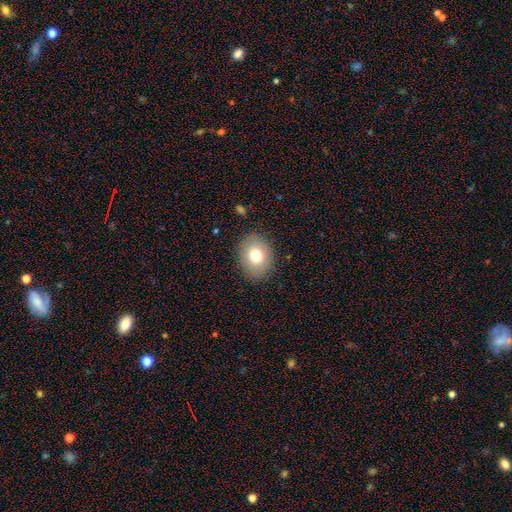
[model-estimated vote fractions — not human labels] smooth 76%, featured or disk 14%, star or artifact 10%. Down the decision tree: how rounded — in between (64%); merging — none (87%).